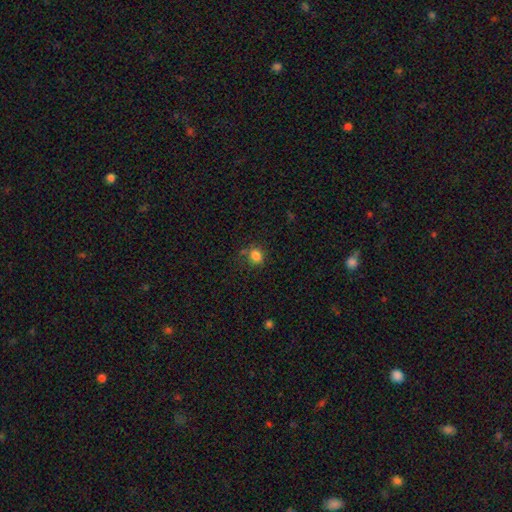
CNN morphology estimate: smooth 83%, star or artifact 13%, featured or disk 5%. Down the decision tree: how rounded — round (66%); merging — none (70%).